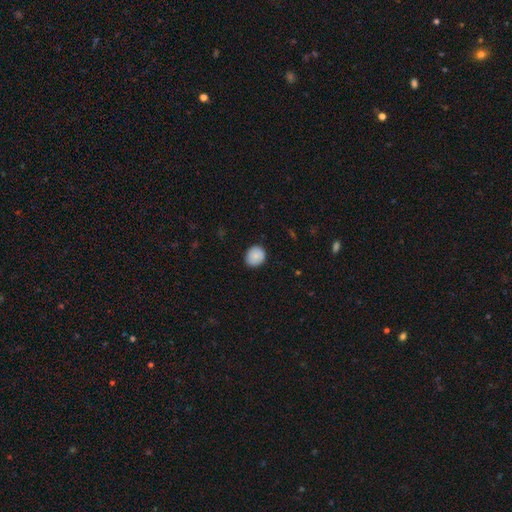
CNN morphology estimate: Q: Smooth or featured?
A: smooth (84%); runner-up: featured or disk (9%)
Q: How rounded?
A: round (74%); runner-up: in between (25%)
Q: Merging?
A: none (83%); runner-up: minor disturbance (13%)